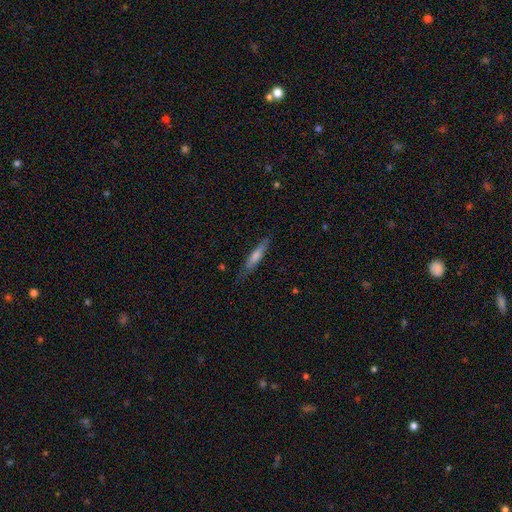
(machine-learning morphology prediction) Smooth or featured: smooth — 57% (featured or disk — 37%)
How rounded: cigar-shaped — 90% (in between — 9%)
Merging: none — 81% (minor disturbance — 15%)